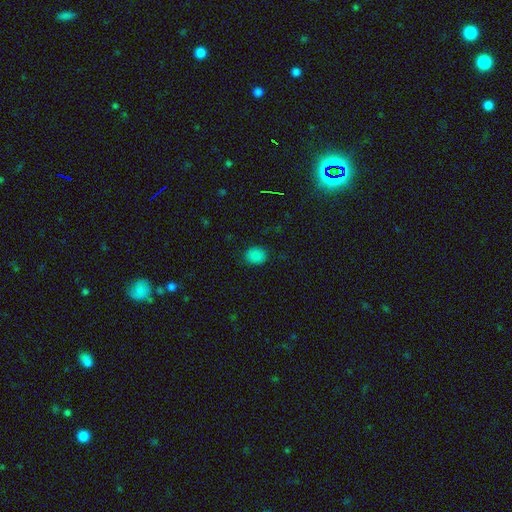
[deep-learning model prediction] A smooth galaxy with no disk features (84%) that is round (56%).

Vote fractions:
- Smooth or featured? smooth: 84% / star or artifact: 13% / featured or disk: 3%
- How rounded? round: 56% / in between: 43% / cigar-shaped: 1%
- Merging? none: 85% / minor disturbance: 11% / major disturbance: 3% / merger: 1%